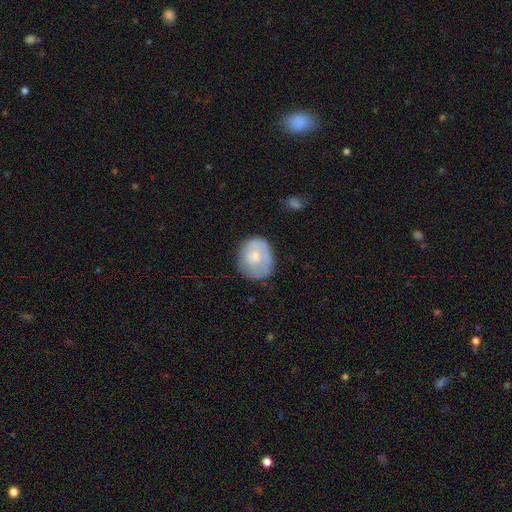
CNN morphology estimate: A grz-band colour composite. It shows a smooth galaxy with no disk features (60%) that is round (66%). Merging: none (63%).